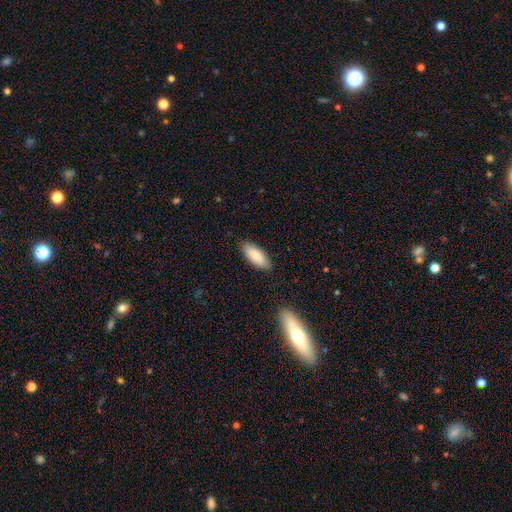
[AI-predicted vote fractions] A smooth galaxy with no disk features (84%) that is in between round and cigar-shaped (79%). Merging: none (86%).